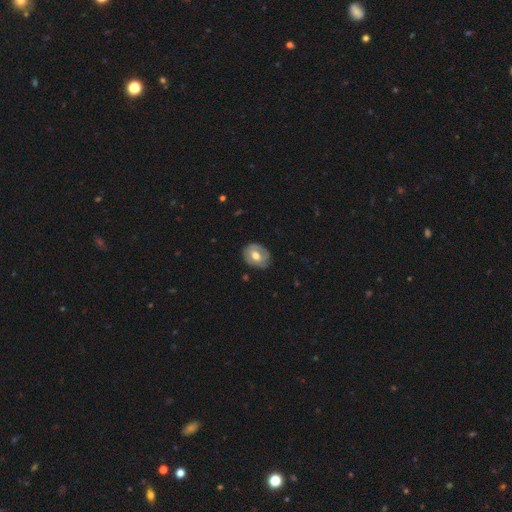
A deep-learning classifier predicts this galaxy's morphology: type=featured or disk (50%); edge-on=no (94%); merging=none (75%).